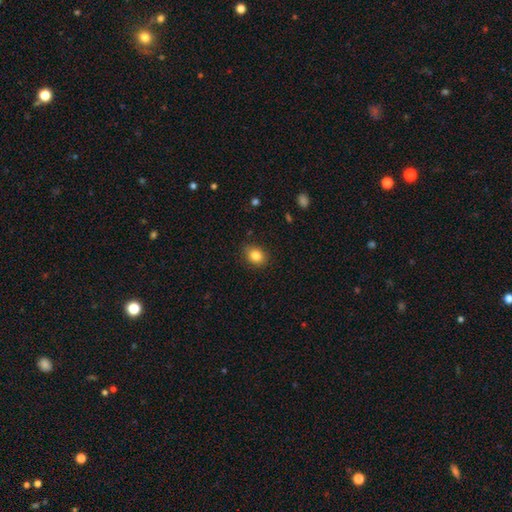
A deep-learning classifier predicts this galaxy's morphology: Smooth or featured: smooth — 84% (star or artifact — 10%)
How rounded: round — 54% (in between — 45%)
Merging: none — 86% (minor disturbance — 11%)